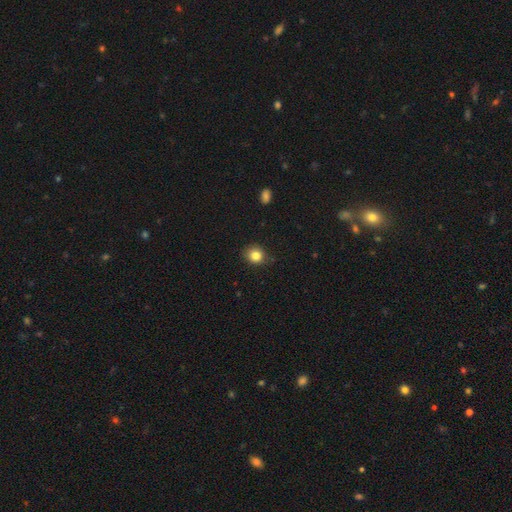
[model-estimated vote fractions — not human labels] Smooth or featured? Predicted: smooth (p=0.84). How rounded? Predicted: round (p=0.79). Merging? Predicted: none (p=0.84).